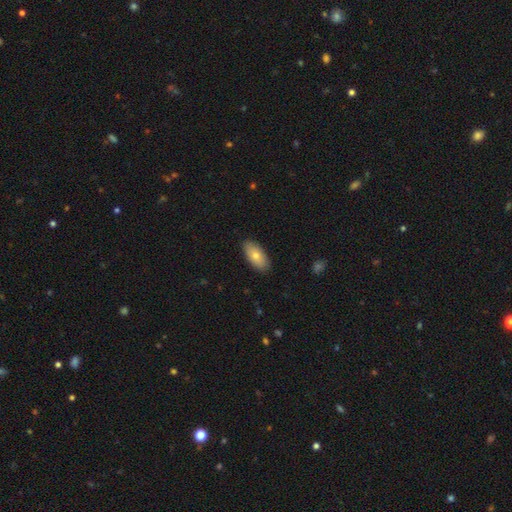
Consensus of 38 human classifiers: Smooth or featured?
  - smooth: 76% *
  - featured or disk: 16%
  - star or artifact: 8%
How rounded?
  - in between: 90% *
  - cigar-shaped: 7%
  - round: 3%
Merging?
  - none: 89% *
  - major disturbance: 9%
  - minor disturbance: 3%
  - merger: 0%